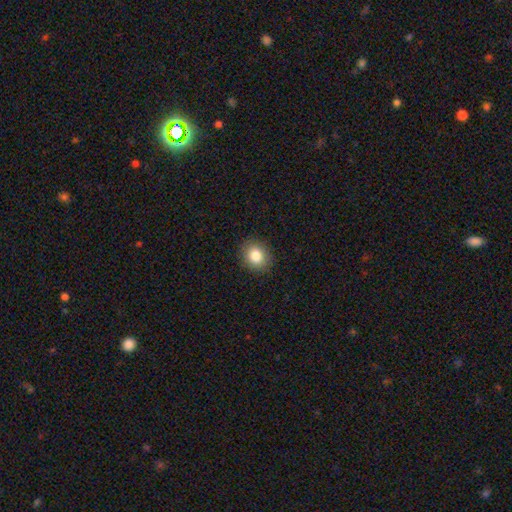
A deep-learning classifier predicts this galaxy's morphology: This is clearly a smooth galaxy (83%). How rounded: likely round (71%). Merging: clearly none (90%).